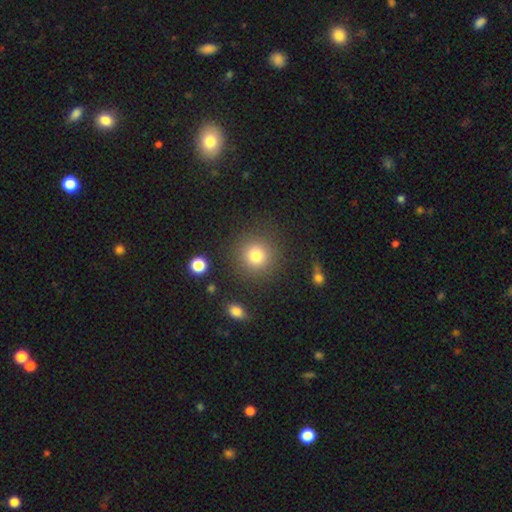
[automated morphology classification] smooth_or_featured: smooth (p=0.79) [alt: star or artifact p=0.13]
how_rounded: round (p=0.93) [alt: in between p=0.06]
merging: none (p=0.87) [alt: minor disturbance p=0.07]